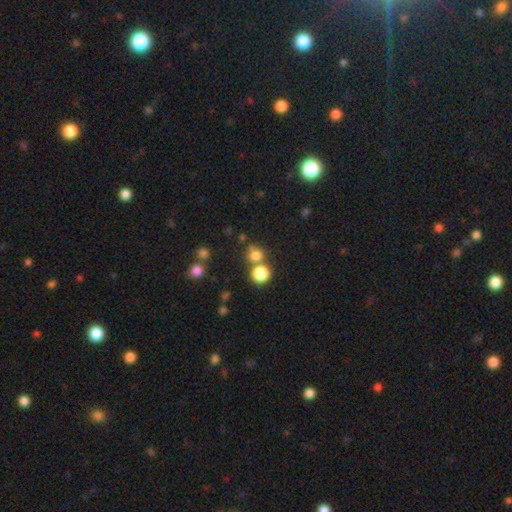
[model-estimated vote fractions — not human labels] Overall: smooth (76%). How rounded: round (86%). Merging: none (61%; merger 27%).